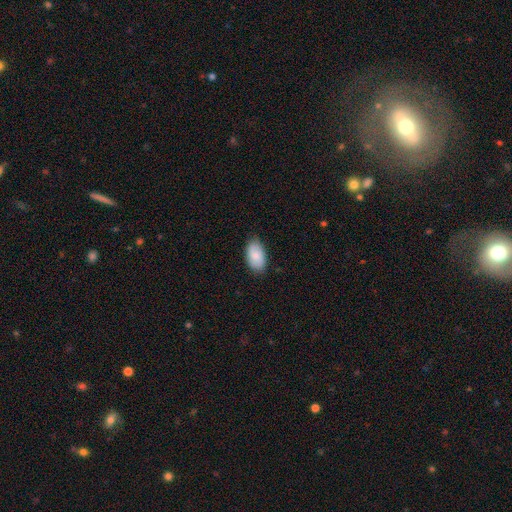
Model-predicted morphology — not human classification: smooth 84%, featured or disk 10%, star or artifact 6%. Down the decision tree: how rounded — in between (95%); merging — none (85%).